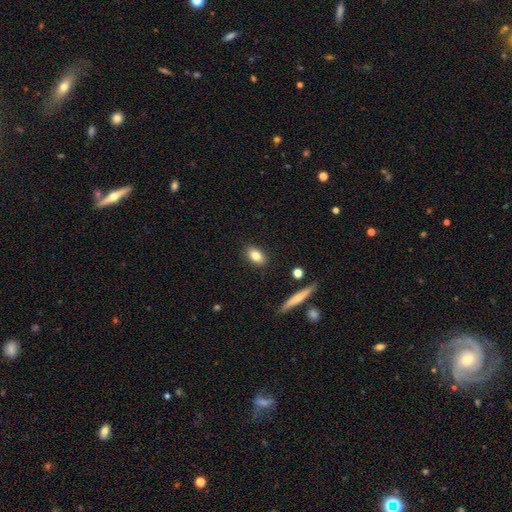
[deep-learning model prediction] A smooth galaxy with no disk features (80%) that is in between round and cigar-shaped (84%). Merging: none (88%).